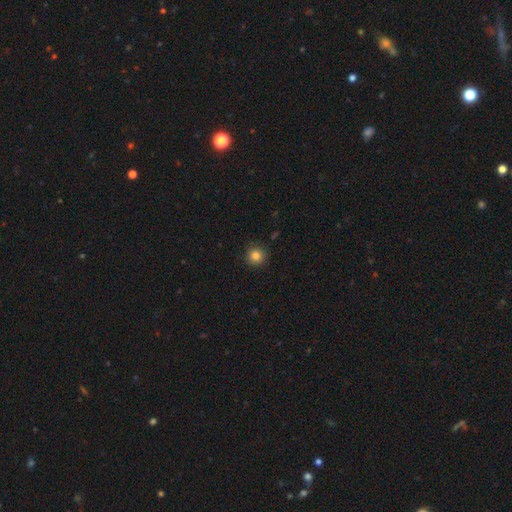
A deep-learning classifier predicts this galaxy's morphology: Smooth or featured?
  - smooth: 84% *
  - star or artifact: 11%
  - featured or disk: 5%
How rounded?
  - round: 94% *
  - in between: 5%
  - cigar-shaped: 1%
Merging?
  - none: 91% *
  - minor disturbance: 6%
  - major disturbance: 2%
  - merger: 1%